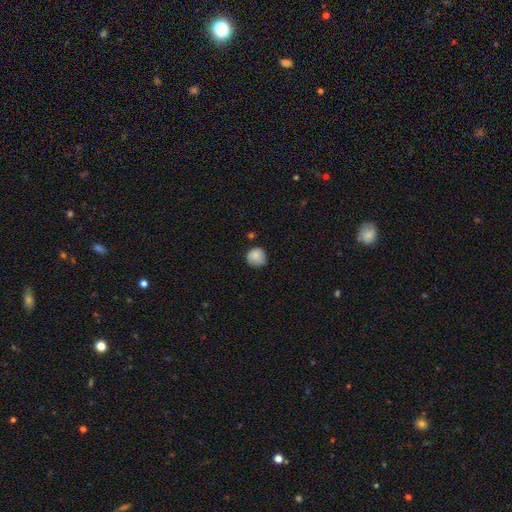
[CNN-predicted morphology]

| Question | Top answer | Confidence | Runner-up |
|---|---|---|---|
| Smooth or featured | smooth | 83% | featured or disk (9%) |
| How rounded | round | 92% | in between (7%) |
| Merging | none | 73% | minor disturbance (21%) |